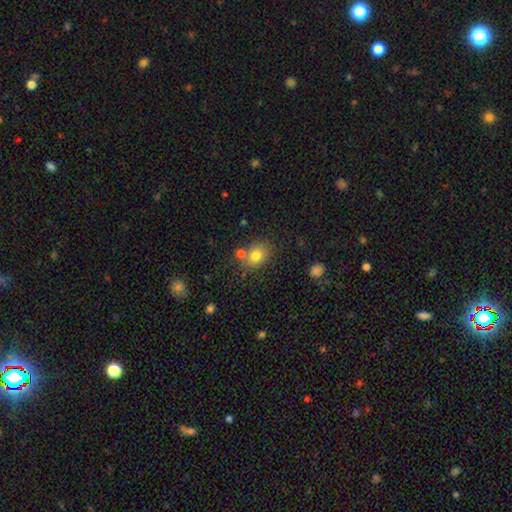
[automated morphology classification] A smooth galaxy with no disk features (79%) that is in between round and cigar-shaped (50%). Merging: none (66%).